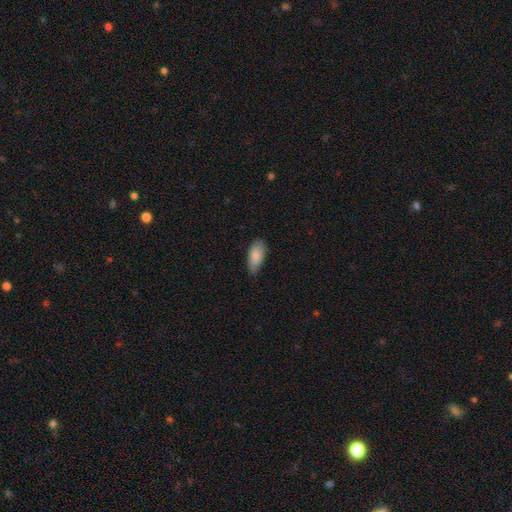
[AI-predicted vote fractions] smooth 85%, featured or disk 9%, star or artifact 6%. Down the decision tree: how rounded — in between (88%); merging — none (67%).